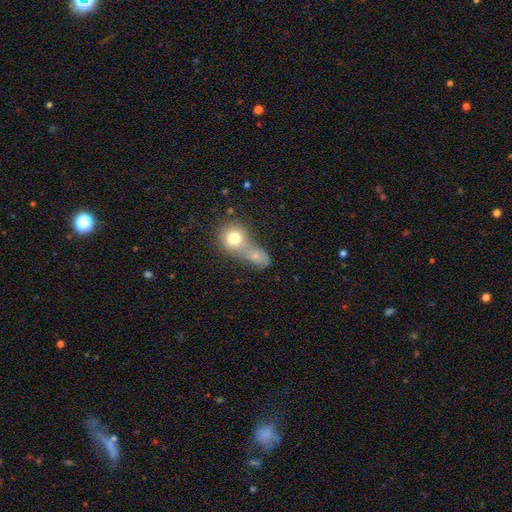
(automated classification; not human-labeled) Morphology: type=smooth (71%); roundness=in between (48%); merging=merger (67%).